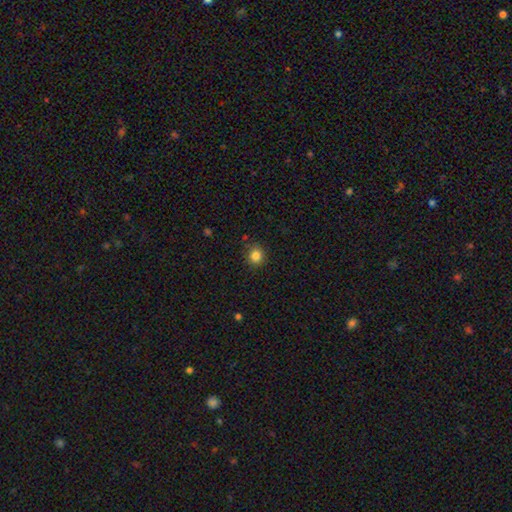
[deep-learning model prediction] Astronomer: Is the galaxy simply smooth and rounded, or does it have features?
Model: smooth — 84%.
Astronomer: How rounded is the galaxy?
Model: round — 84%.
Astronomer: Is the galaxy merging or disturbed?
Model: none — 86%.